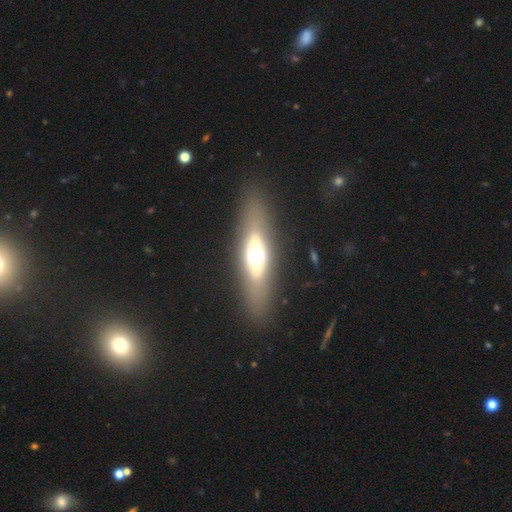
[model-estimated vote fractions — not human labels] featured or disk 49%, smooth 42%, star or artifact 9%. Down the decision tree: merging — none (85%).